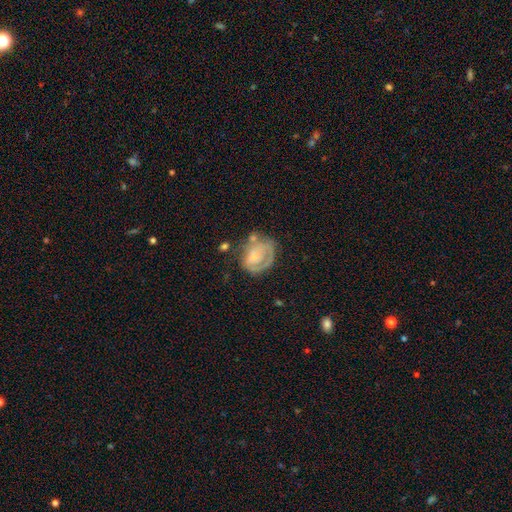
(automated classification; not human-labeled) Overall: featured or disk (60%; smooth 33%). Edge-on disk: no (97%). Bar: no (70%). Spiral arms: yes (71%). Bulge size: small (39%; none 27%). Merging: none (48%; minor disturbance 25%).